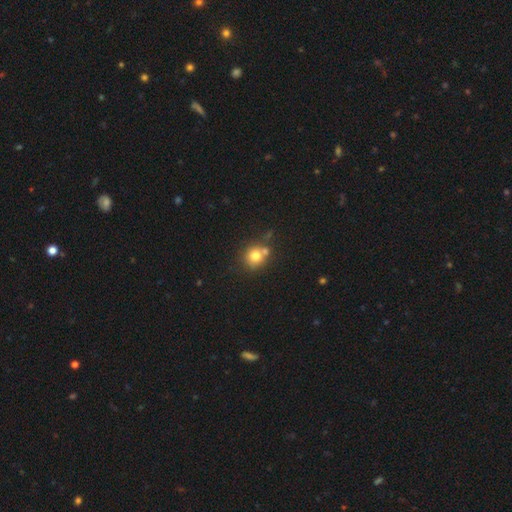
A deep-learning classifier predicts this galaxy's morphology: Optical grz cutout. It shows a smooth galaxy with no disk features (75%) that is round (85%). Merging: none (53%).